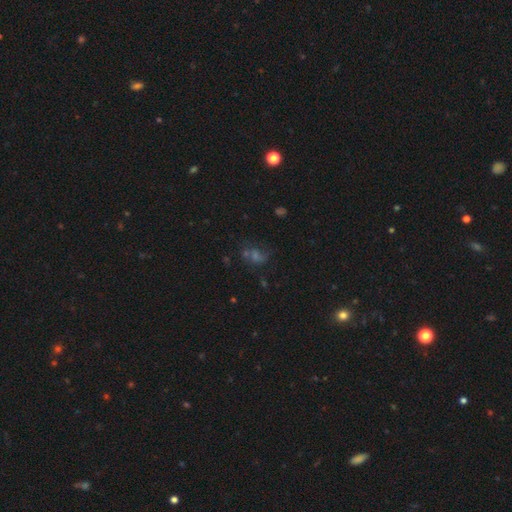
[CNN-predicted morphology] smooth-or-featured: star or artifact: 37% | smooth: 34% | featured or disk: 29%